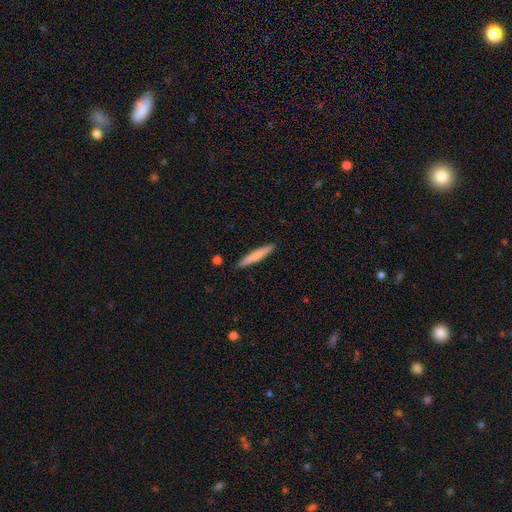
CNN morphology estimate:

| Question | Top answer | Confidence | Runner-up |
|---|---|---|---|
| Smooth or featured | smooth | 70% | featured or disk (24%) |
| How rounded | cigar-shaped | 94% | in between (4%) |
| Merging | none | 90% | minor disturbance (7%) |